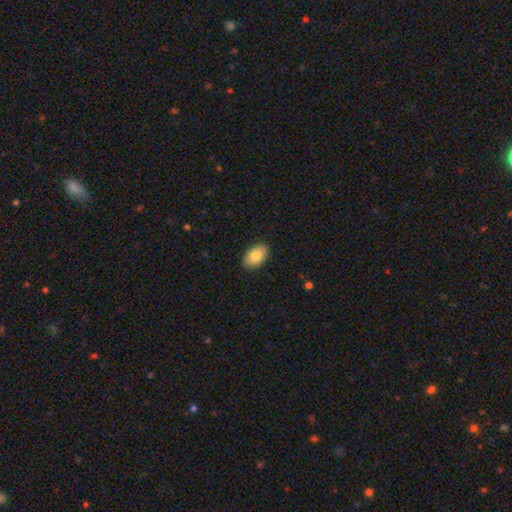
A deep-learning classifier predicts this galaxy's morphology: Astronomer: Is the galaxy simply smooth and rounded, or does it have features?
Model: smooth — 82%.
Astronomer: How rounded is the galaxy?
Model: in between — 92%.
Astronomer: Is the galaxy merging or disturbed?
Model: none — 89%.